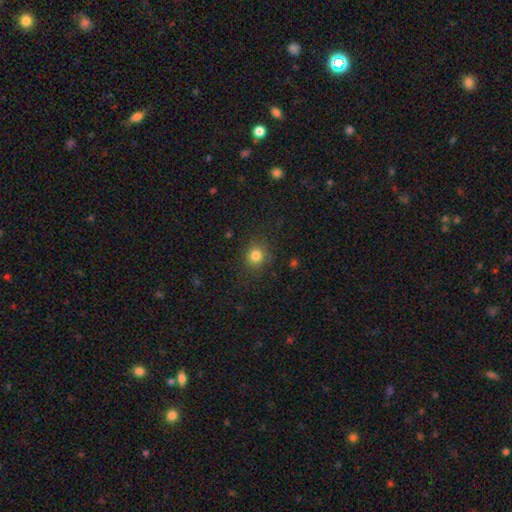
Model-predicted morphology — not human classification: This is clearly a smooth galaxy (81%). How rounded: clearly round (83%). Merging: clearly none (86%).